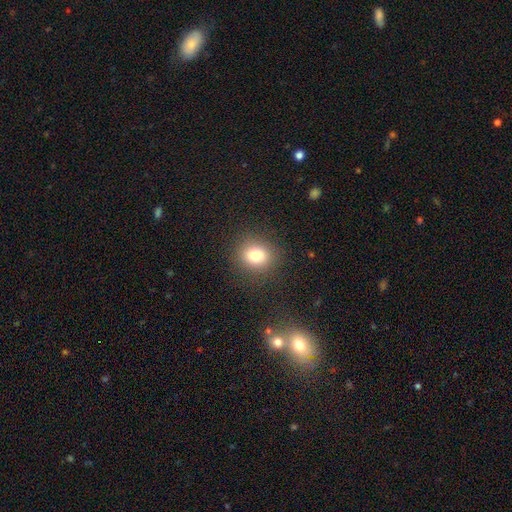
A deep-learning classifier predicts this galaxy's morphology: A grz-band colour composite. It shows a smooth galaxy with no disk features (79%) that is round (76%). Merging: none (88%).